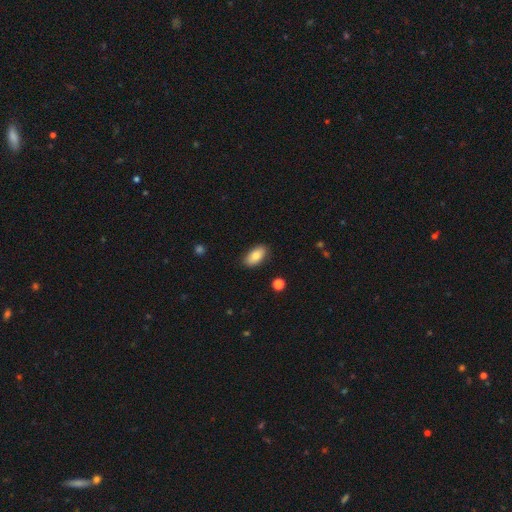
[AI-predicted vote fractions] Smooth or featured?
  - smooth: 82% *
  - featured or disk: 11%
  - star or artifact: 7%
How rounded?
  - in between: 91% *
  - cigar-shaped: 5%
  - round: 3%
Merging?
  - none: 87% *
  - minor disturbance: 10%
  - major disturbance: 2%
  - merger: 1%